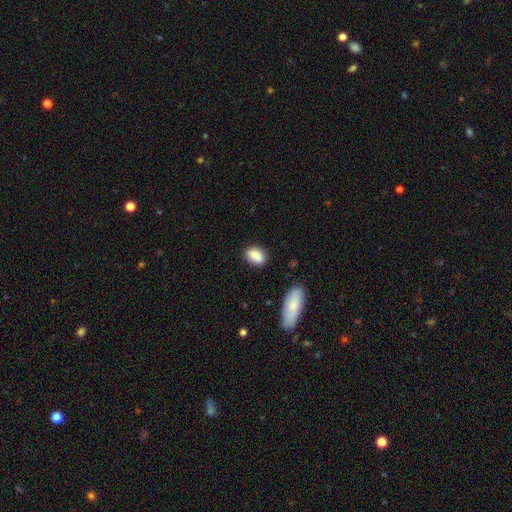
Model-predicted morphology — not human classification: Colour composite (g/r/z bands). It shows a smooth galaxy with no disk features (87%) that is in between round and cigar-shaped (85%). Merging: none (81%).